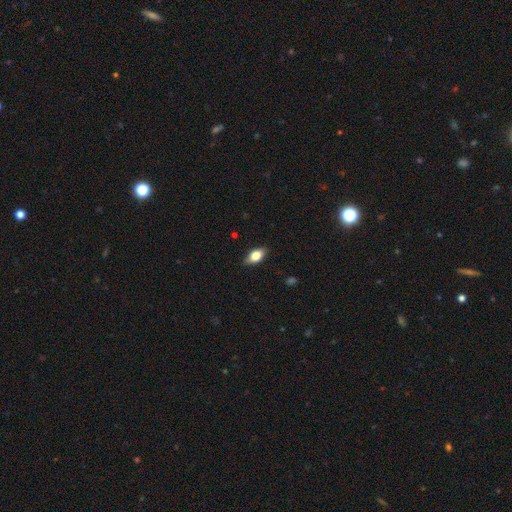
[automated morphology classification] Smooth or featured? Predicted: smooth (p=0.78). How rounded? Predicted: in between (p=0.88). Merging? Predicted: none (p=0.86).